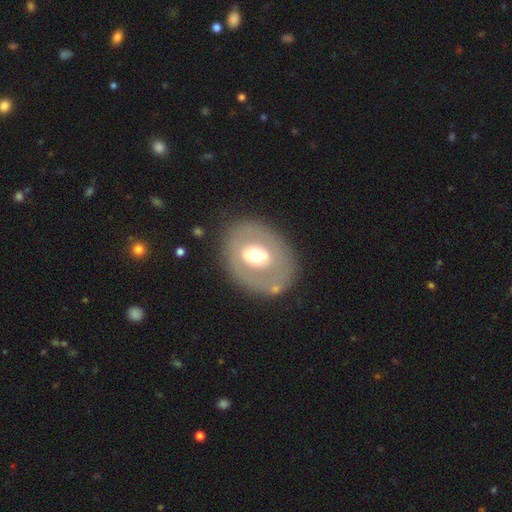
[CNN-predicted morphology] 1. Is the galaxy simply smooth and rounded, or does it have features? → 49% featured or disk, 44% smooth, 7% star or artifact.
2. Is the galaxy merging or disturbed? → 78% none, 12% minor disturbance, 8% major disturbance, 3% merger.